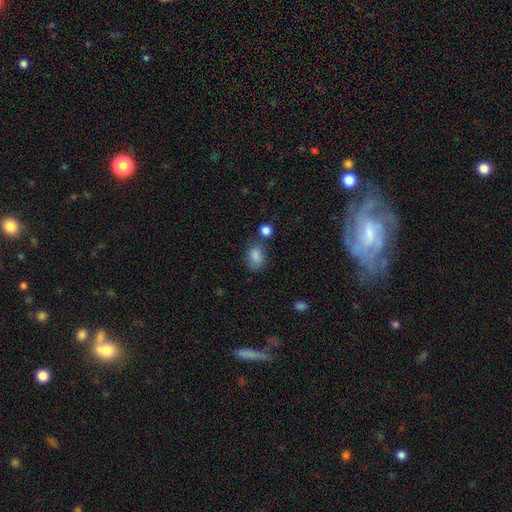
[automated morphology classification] smooth 85%, star or artifact 10%, featured or disk 6%. Down the decision tree: how rounded — in between (71%); merging — none (58%).